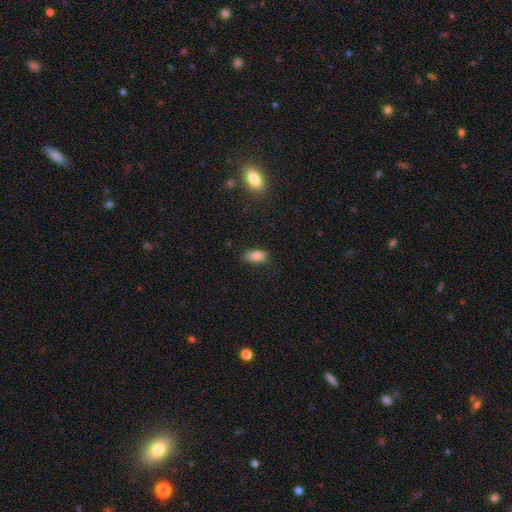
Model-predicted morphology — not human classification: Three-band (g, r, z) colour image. It shows a smooth galaxy with no disk features (82%) that is in between round and cigar-shaped (88%). Merging: none (68%).